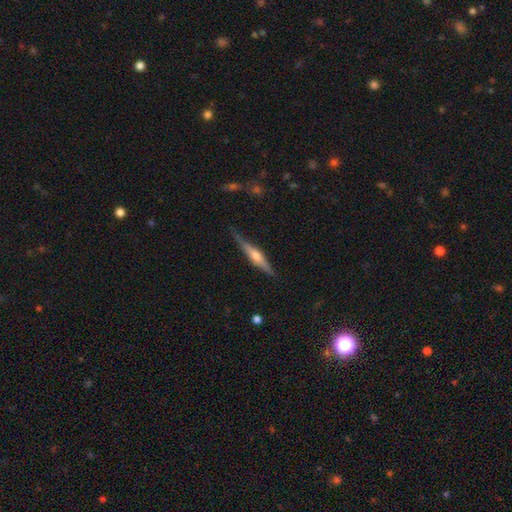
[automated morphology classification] Overall: featured or disk (70%). Edge-on disk: yes (97%). Edge-on bulge: rounded (85%). Merging: none (82%).